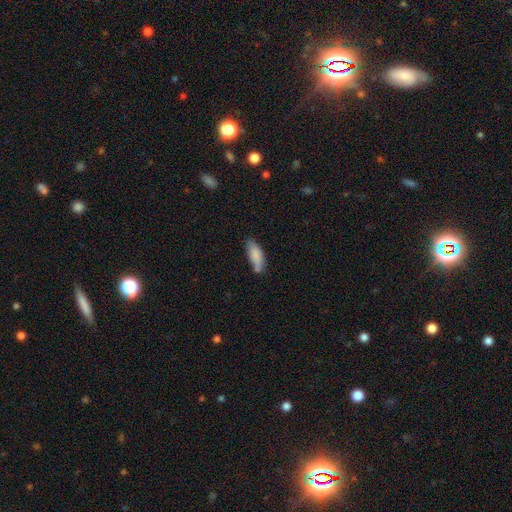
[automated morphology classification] Overall: smooth (83%). How rounded: in between (71%). Merging: none (60%; minor disturbance 26%).